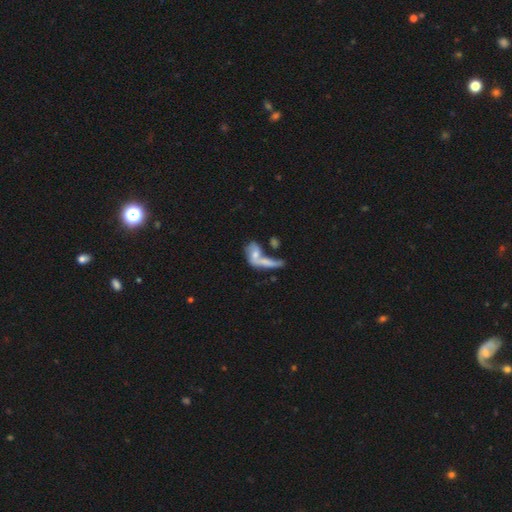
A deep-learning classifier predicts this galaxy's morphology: Smooth or featured: smooth — 51% (featured or disk — 39%)
How rounded: in between — 65% (cigar-shaped — 25%)
Merging: merger — 55% (none — 22%)